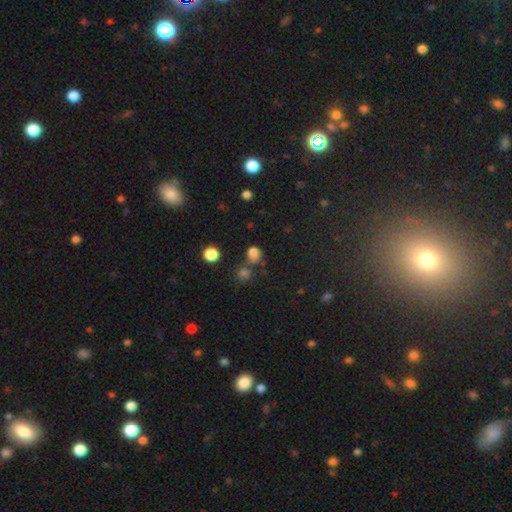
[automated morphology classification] Smooth or featured: star or artifact — 51% (smooth — 37%)